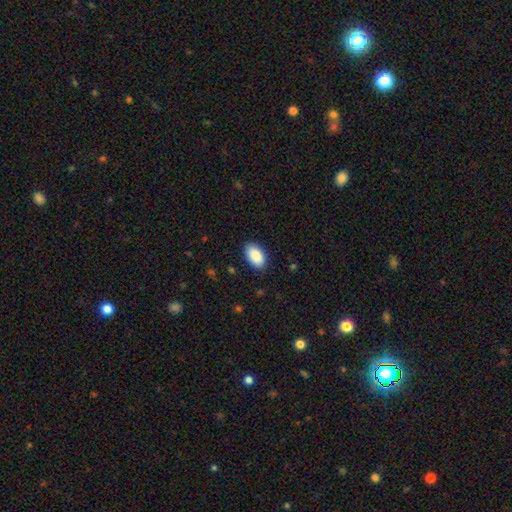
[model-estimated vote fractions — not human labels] The model was most divided on "merging": none: 87%, minor disturbance: 10%, major disturbance: 2%, merger: 1%. More confident: how rounded — in between (95%); smooth or featured — smooth (90%).